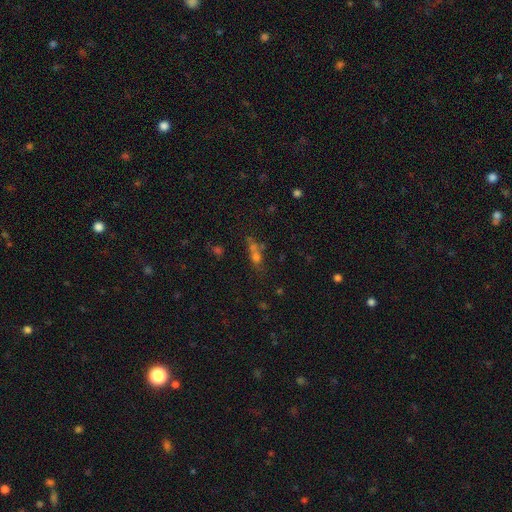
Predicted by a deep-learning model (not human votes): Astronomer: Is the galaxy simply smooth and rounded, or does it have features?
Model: smooth — 49% (runner-up: star or artifact, 30%).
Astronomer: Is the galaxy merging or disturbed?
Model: none — 46% (runner-up: merger, 35%).